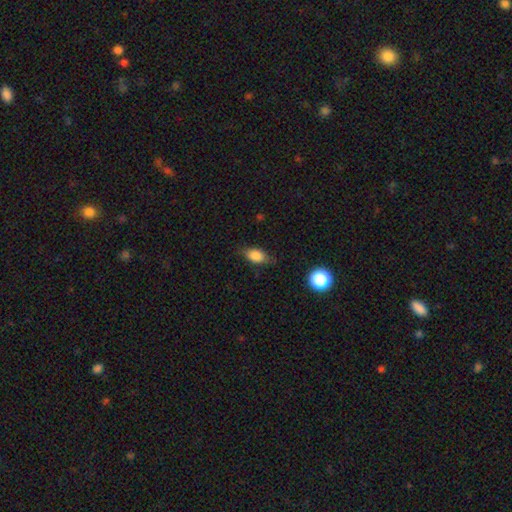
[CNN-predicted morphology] Overall: smooth (80%). How rounded: in between (83%). Merging: none (72%).